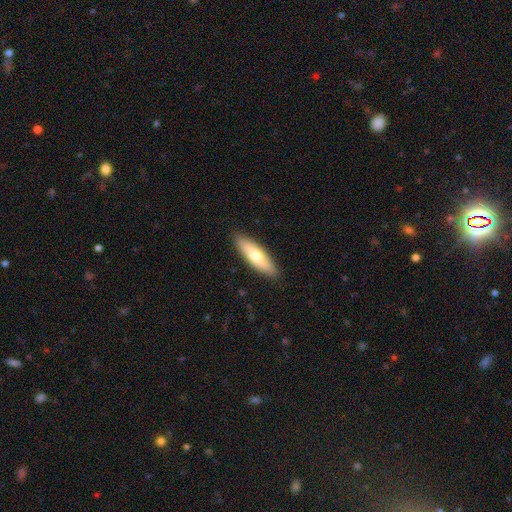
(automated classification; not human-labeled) Smooth or featured? Predicted: smooth (p=0.66). How rounded? Predicted: cigar-shaped (p=0.59). Merging? Predicted: none (p=0.88).